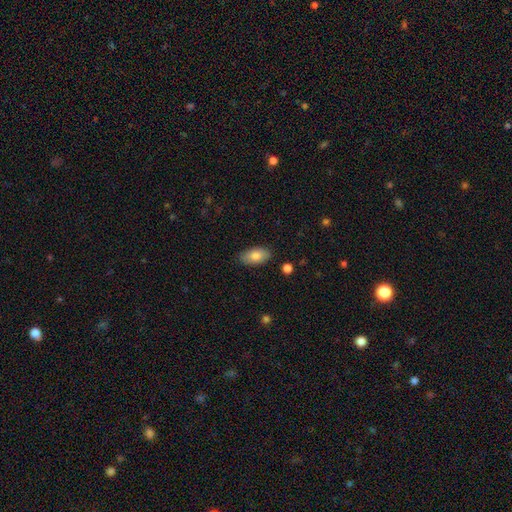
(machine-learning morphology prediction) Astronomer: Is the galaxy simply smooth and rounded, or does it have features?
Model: smooth — 81%.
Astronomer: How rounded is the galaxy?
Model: in between — 93%.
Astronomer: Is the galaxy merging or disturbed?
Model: none — 86%.